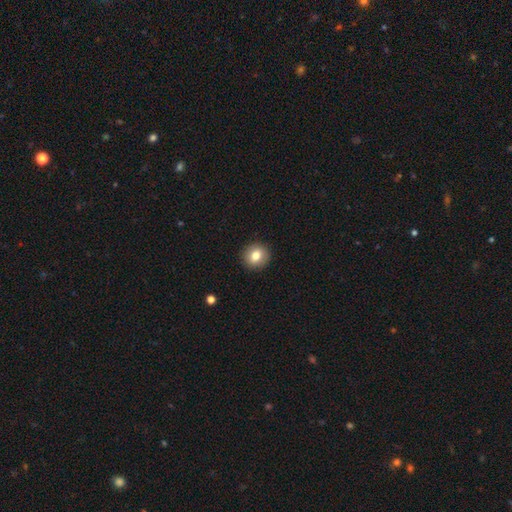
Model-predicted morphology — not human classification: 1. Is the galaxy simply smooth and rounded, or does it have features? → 80% smooth, 11% featured or disk, 9% star or artifact.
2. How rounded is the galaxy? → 87% round, 12% in between, 1% cigar-shaped.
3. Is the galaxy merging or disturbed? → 91% none, 6% minor disturbance, 2% major disturbance, 1% merger.